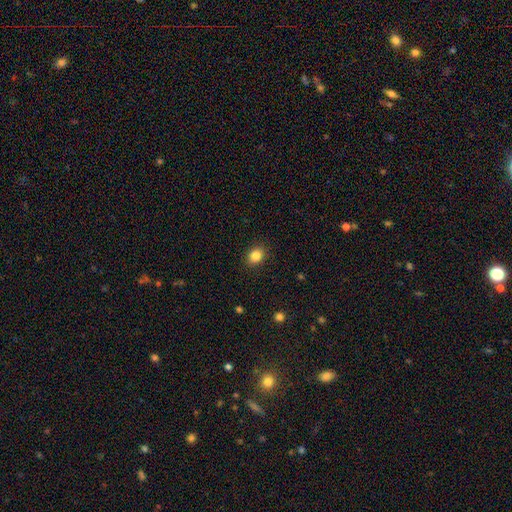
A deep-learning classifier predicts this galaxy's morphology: smooth 85%, star or artifact 10%, featured or disk 5%. Down the decision tree: how rounded — in between (51%); merging — none (89%).